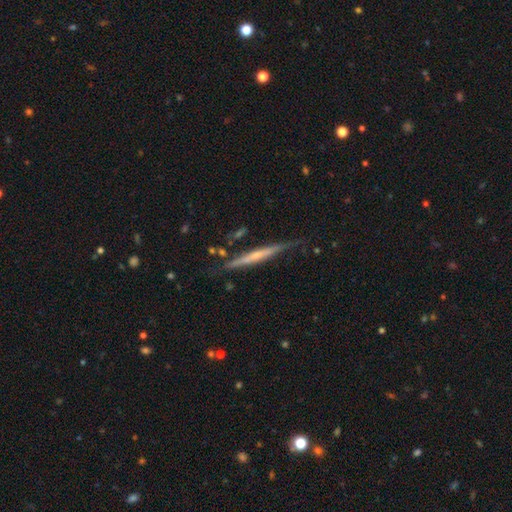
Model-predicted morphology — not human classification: smooth-or-featured: featured or disk: 68% | smooth: 27% | star or artifact: 6%
  disk-edge-on: yes: 96% | no: 4%
    edge-on-bulge: rounded: 49% | none: 46% | boxy: 6%
  merging: none: 74% | minor disturbance: 19% | major disturbance: 4% | merger: 3%